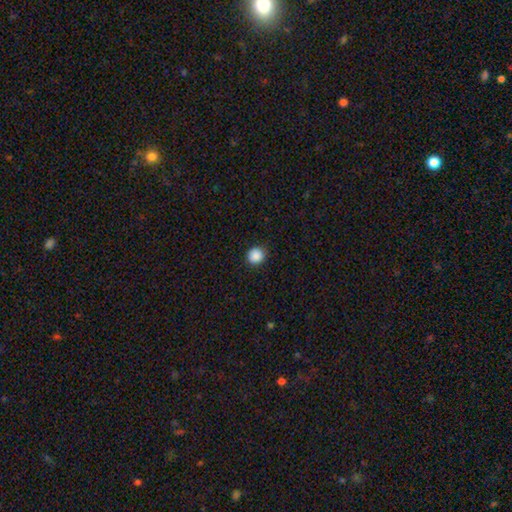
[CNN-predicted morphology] smooth 88%, star or artifact 9%, featured or disk 2%. Down the decision tree: how rounded — round (91%); merging — none (90%).